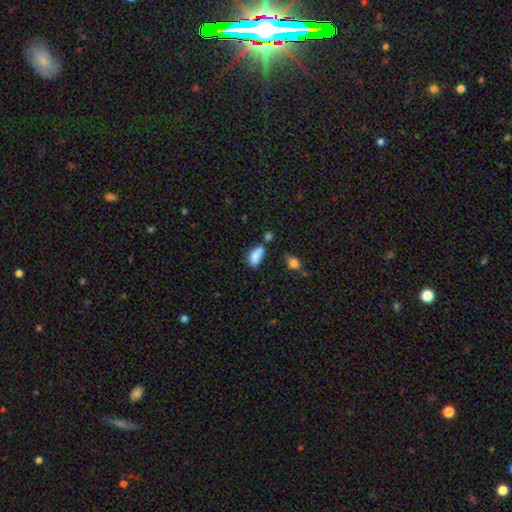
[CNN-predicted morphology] smooth 84%, star or artifact 9%, featured or disk 7%. Down the decision tree: how rounded — in between (87%); merging — none (46%).